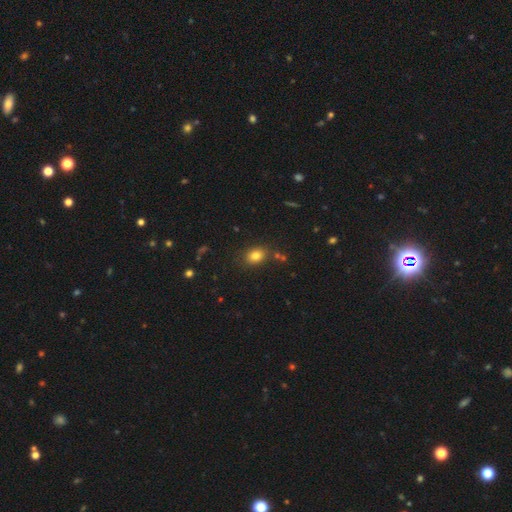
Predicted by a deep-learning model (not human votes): Smooth or featured: smooth — 81% (star or artifact — 12%)
How rounded: in between — 64% (round — 34%)
Merging: none — 81% (minor disturbance — 12%)